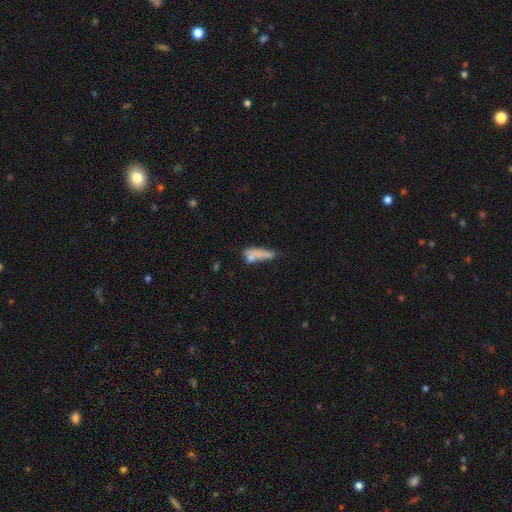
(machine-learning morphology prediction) The model was most divided on "merging": none: 42%, minor disturbance: 23%, merger: 19%, major disturbance: 16%. More confident: how rounded — cigar-shaped (65%); smooth or featured — smooth (64%).